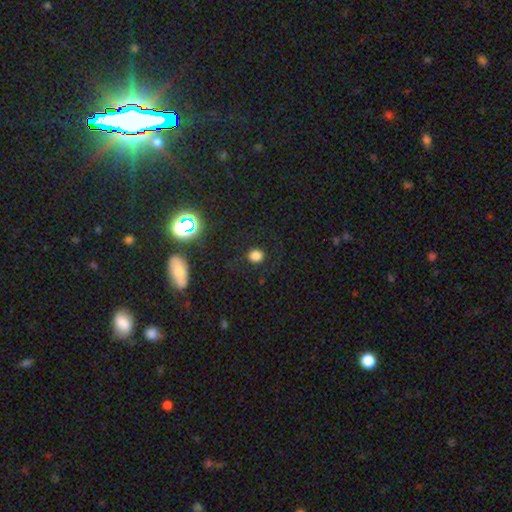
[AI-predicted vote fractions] Smooth or featured?
  - smooth: 78% *
  - star or artifact: 17%
  - featured or disk: 5%
How rounded?
  - round: 83% *
  - in between: 16%
  - cigar-shaped: 1%
Merging?
  - none: 87% *
  - minor disturbance: 8%
  - major disturbance: 4%
  - merger: 1%